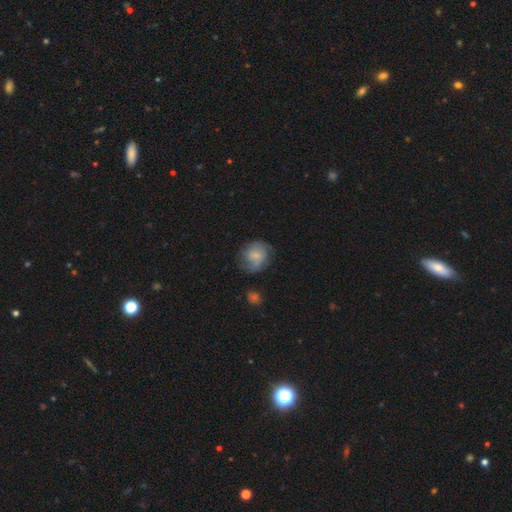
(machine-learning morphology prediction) smooth-or-featured: smooth: 50% | featured or disk: 42% | star or artifact: 8%
  how-rounded: round: 69% | in between: 30% | cigar-shaped: 1%
  merging: none: 59% | minor disturbance: 25% | major disturbance: 13% | merger: 3%